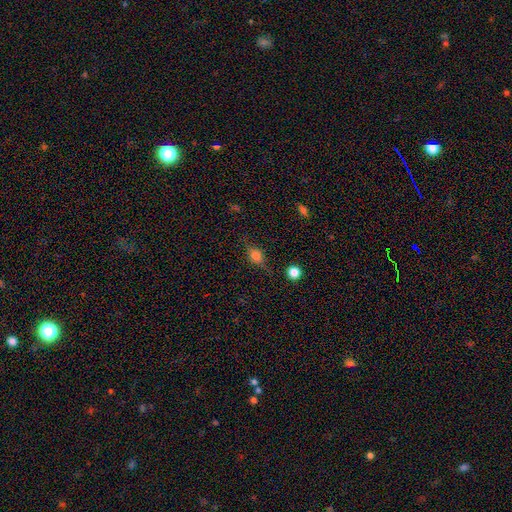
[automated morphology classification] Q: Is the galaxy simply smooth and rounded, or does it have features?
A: smooth — 62%.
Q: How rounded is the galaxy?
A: in between — 50%.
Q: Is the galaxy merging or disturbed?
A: none — 69%.